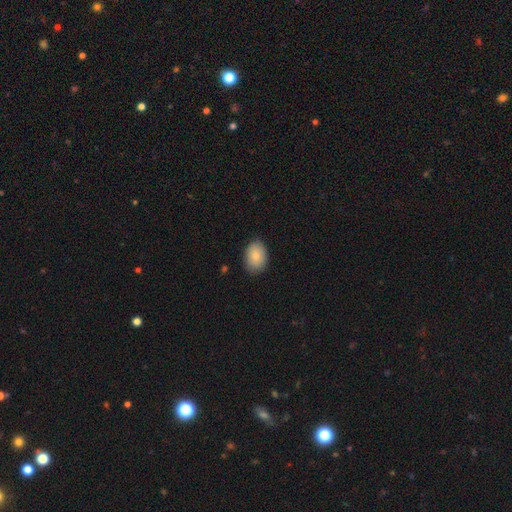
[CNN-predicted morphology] A smooth galaxy with no disk features (85%) that is in between round and cigar-shaped (75%). Merging: none (83%).